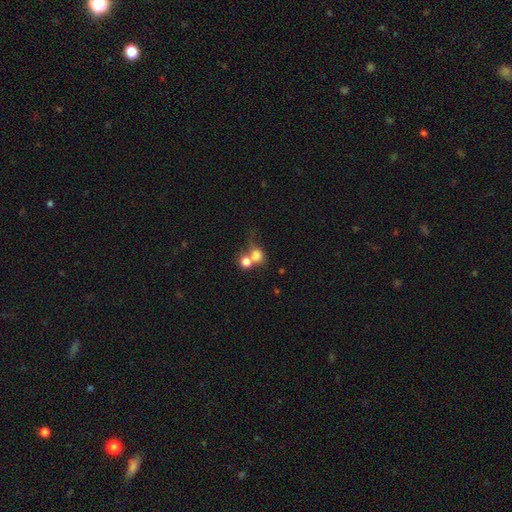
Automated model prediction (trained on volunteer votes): smooth-or-featured: smooth: 75% | featured or disk: 14% | star or artifact: 11%
  how-rounded: round: 63% | in between: 35% | cigar-shaped: 2%
  merging: merger: 59% | none: 24% | major disturbance: 9% | minor disturbance: 8%